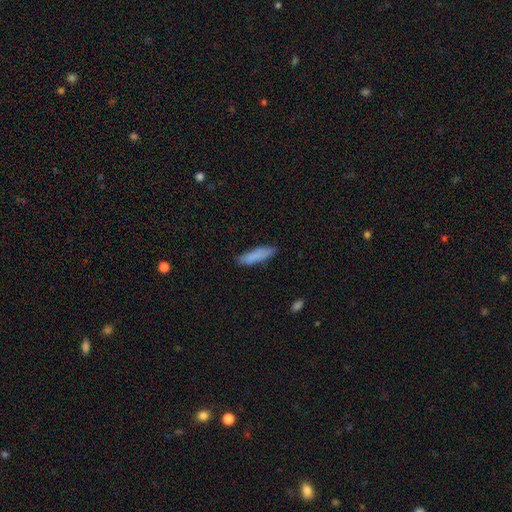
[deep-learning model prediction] Smooth or featured? smooth (84%)
How rounded? cigar-shaped (68%)
Merging? none (82%)